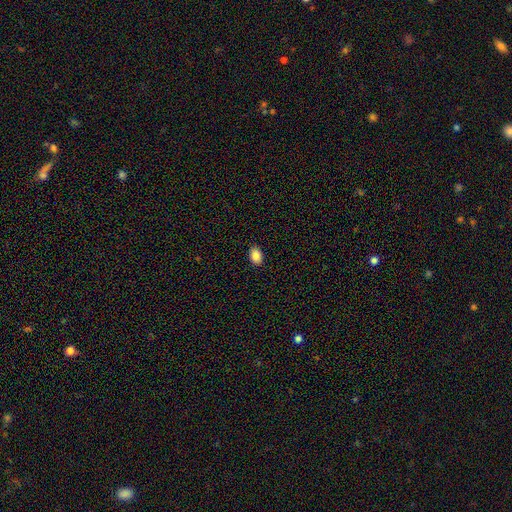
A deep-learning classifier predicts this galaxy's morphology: smooth 87%, star or artifact 8%, featured or disk 5%. Down the decision tree: how rounded — in between (82%); merging — none (90%).